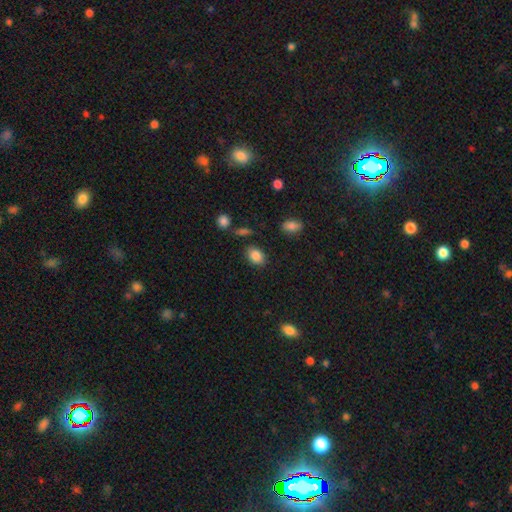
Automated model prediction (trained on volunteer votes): A smooth galaxy with no disk features (85%) that is in between round and cigar-shaped (74%).

Vote fractions:
- Smooth or featured? smooth: 85% / star or artifact: 9% / featured or disk: 6%
- How rounded? in between: 74% / round: 25% / cigar-shaped: 1%
- Merging? none: 83% / minor disturbance: 11% / merger: 3% / major disturbance: 3%